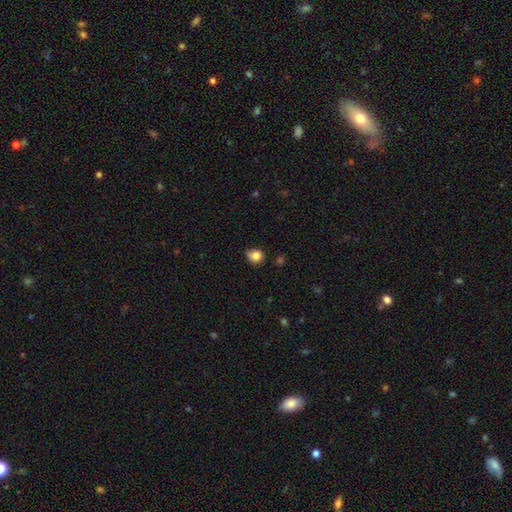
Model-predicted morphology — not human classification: Smooth or featured: smooth — 83% (star or artifact — 11%)
How rounded: round — 73% (in between — 26%)
Merging: none — 61% (minor disturbance — 31%)